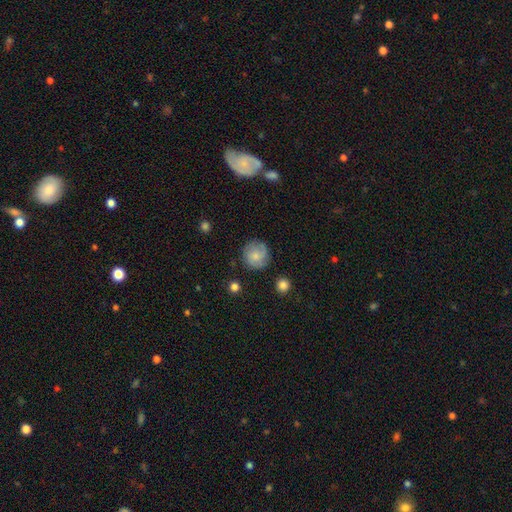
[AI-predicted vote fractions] A smooth galaxy with no disk features (64%) that is round (92%). Merging: none (79%).